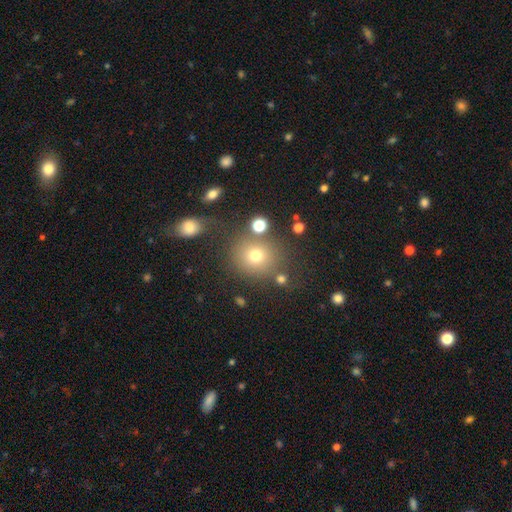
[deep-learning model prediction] A smooth galaxy with no disk features (70%) that is round (85%). Merging: none (73%).